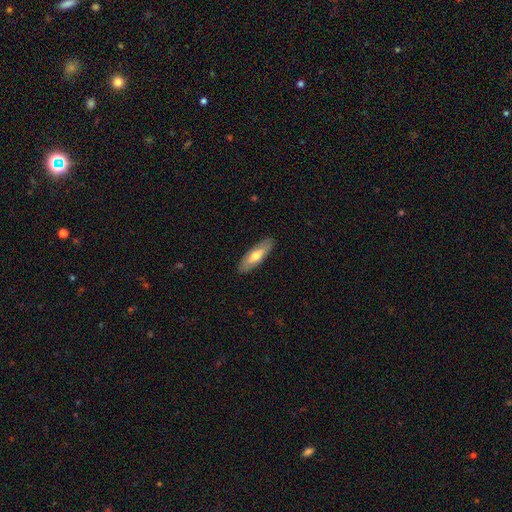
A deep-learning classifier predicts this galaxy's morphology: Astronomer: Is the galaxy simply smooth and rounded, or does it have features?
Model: smooth — 61%.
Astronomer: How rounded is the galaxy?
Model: in between — 51% (runner-up: cigar-shaped, 47%).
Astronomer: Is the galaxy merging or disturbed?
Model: none — 89%.